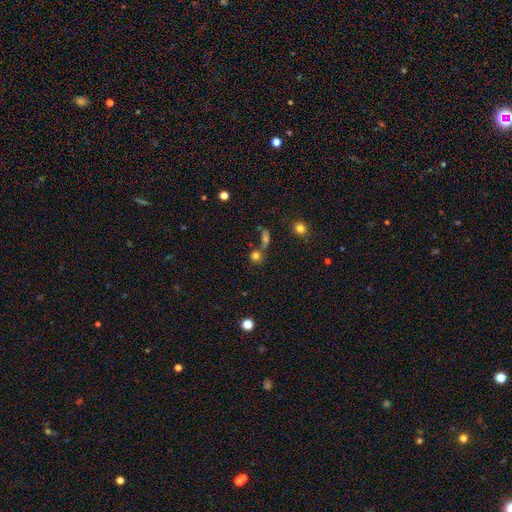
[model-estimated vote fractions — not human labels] A smooth galaxy with no disk features (74%) that is round (86%).

Vote fractions:
- Smooth or featured? smooth: 74% / star or artifact: 17% / featured or disk: 9%
- How rounded? round: 86% / in between: 12% / cigar-shaped: 2%
- Merging? none: 59% / merger: 27% / minor disturbance: 9% / major disturbance: 5%